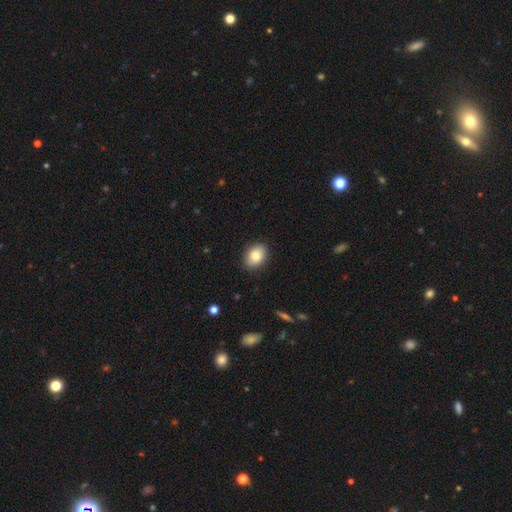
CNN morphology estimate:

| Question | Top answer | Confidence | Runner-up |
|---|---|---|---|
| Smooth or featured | smooth | 82% | featured or disk (10%) |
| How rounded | in between | 70% | round (29%) |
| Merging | none | 87% | minor disturbance (10%) |